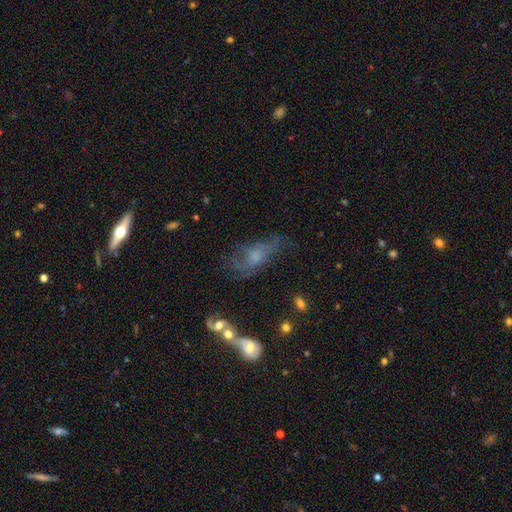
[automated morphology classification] Smooth or featured? featured or disk (53%)
Edge-on disk? no (87%)
Merging? none (41%)